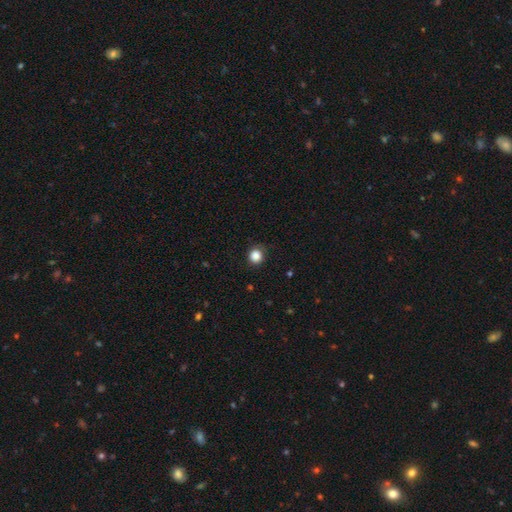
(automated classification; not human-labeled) The model was most divided on "merging": none: 85%, minor disturbance: 11%, major disturbance: 3%, merger: 1%. More confident: how rounded — round (91%); smooth or featured — smooth (86%).